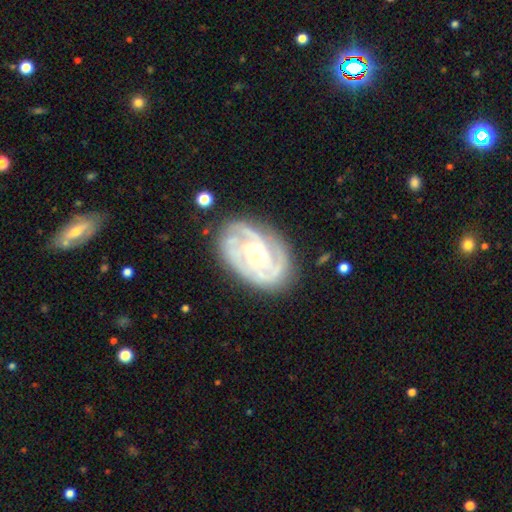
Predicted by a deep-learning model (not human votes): This appears to be a featured or disk galaxy (88%) with no bar (69%), 3 (33%) tight (64%) spiral arms (95%) and a moderate central bulge (49%). Merging: none (75%).